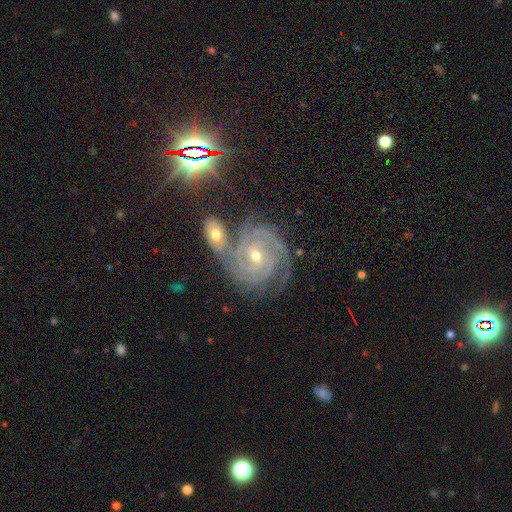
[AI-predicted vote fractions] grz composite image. It shows a featured or disk galaxy (88%) with no bar (61%), 3 (38%) tight (82%) spiral arms (99%) and a small central bulge (55%). Merging: none (64%).